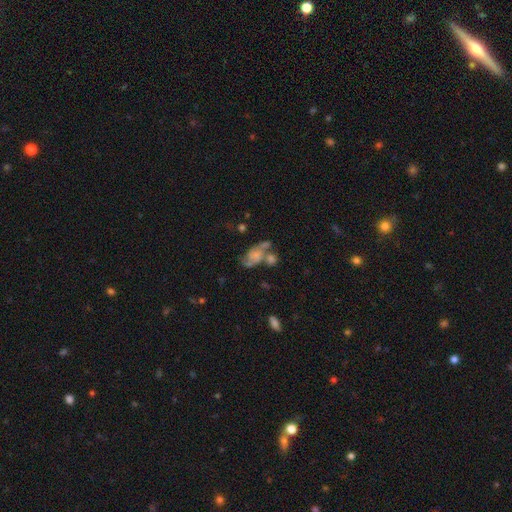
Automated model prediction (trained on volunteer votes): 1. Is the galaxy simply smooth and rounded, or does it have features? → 60% featured or disk, 30% smooth, 11% star or artifact.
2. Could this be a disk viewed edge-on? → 96% no, 4% yes.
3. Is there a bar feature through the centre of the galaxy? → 74% no, 22% weak, 5% strong.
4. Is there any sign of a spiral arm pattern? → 80% yes, 20% no.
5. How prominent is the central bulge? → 42% none, 31% small, 18% moderate, 7% large, 2% dominant.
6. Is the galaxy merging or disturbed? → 34% merger, 30% none, 19% major disturbance, 18% minor disturbance.